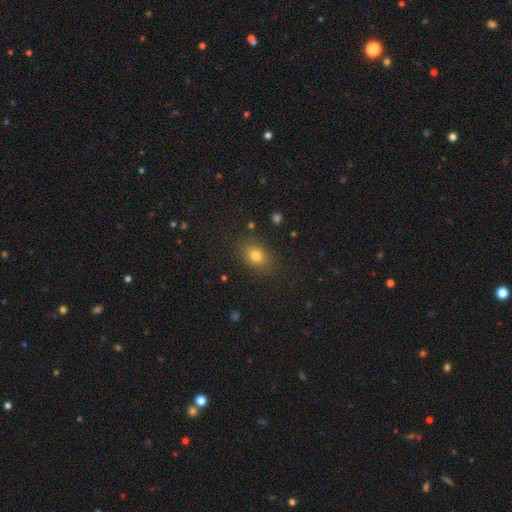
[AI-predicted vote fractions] Q: Smooth or featured?
A: smooth (78%); runner-up: star or artifact (13%)
Q: How rounded?
A: in between (66%); runner-up: round (33%)
Q: Merging?
A: none (84%); runner-up: minor disturbance (11%)